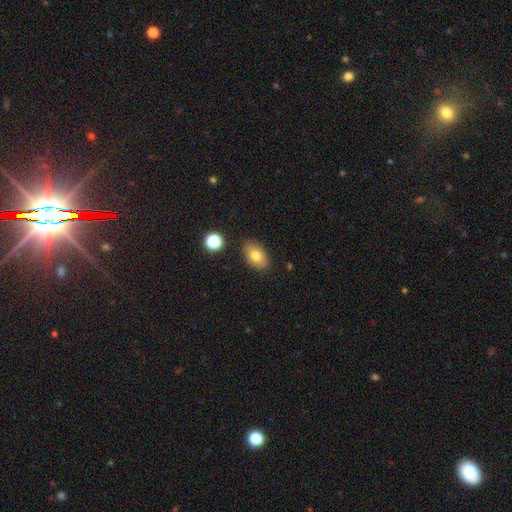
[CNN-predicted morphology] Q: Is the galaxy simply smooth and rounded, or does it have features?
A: smooth — 77%.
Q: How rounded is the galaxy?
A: in between — 87%.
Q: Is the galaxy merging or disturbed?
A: none — 86%.